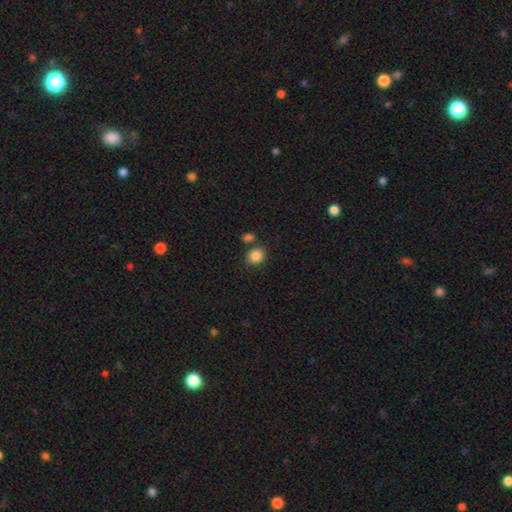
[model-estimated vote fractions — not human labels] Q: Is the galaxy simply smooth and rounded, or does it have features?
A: smooth — 86%.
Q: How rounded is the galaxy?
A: round — 64%.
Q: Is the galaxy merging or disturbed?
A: none — 73%.